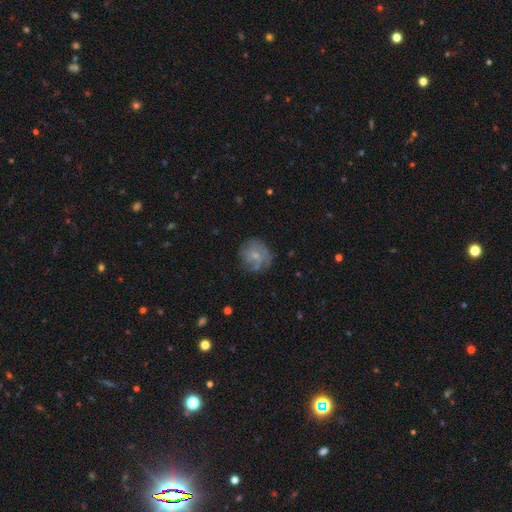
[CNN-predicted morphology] featured or disk 56%, smooth 34%, star or artifact 10%. Down the decision tree: edge-on disk — no (98%); bar — no (78%); spiral arms — yes (82%); bulge size — small (71%); merging — none (70%).